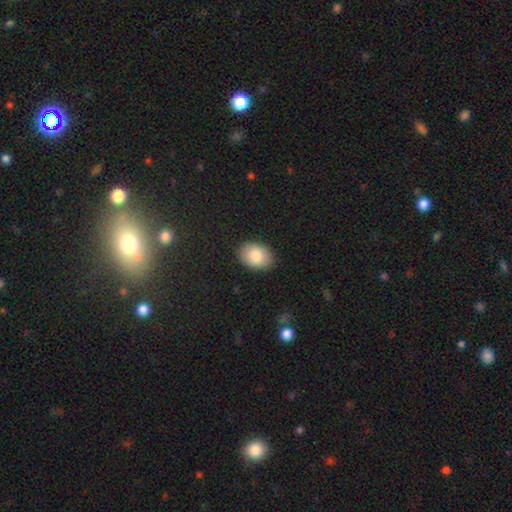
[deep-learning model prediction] Smooth or featured? Predicted: smooth (p=0.85). How rounded? Predicted: in between (p=0.74). Merging? Predicted: none (p=0.87).